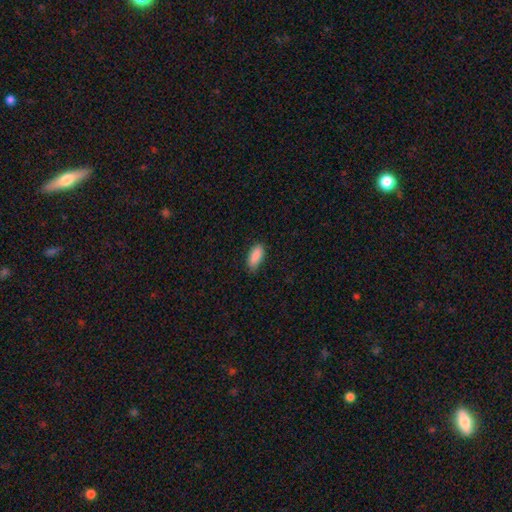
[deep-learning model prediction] The model was most divided on "merging": none: 81%, minor disturbance: 16%, major disturbance: 2%, merger: 1%. More confident: smooth or featured — smooth (89%); how rounded — in between (82%).